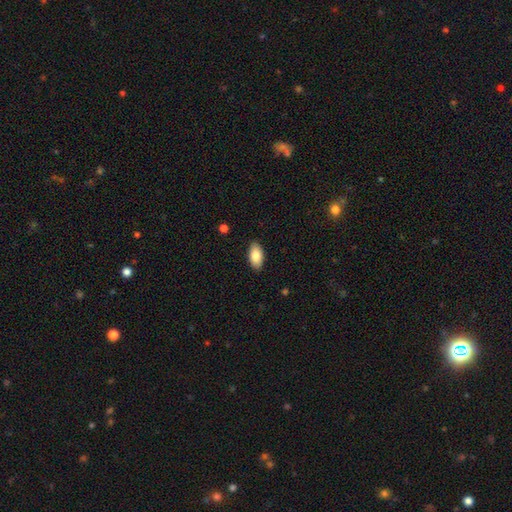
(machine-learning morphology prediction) Smooth or featured?
  - smooth: 84% *
  - featured or disk: 9%
  - star or artifact: 6%
How rounded?
  - in between: 93% *
  - cigar-shaped: 4%
  - round: 2%
Merging?
  - none: 88% *
  - minor disturbance: 9%
  - major disturbance: 2%
  - merger: 1%